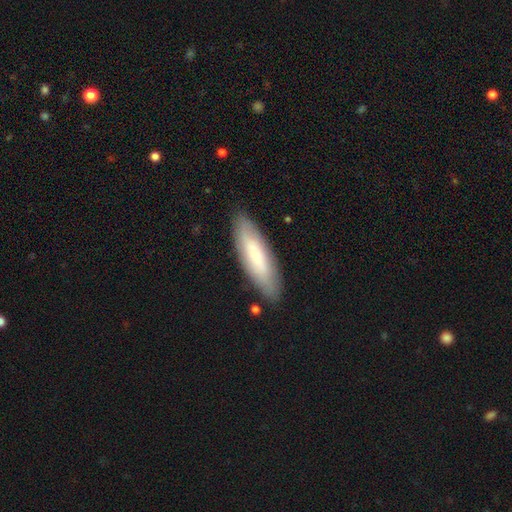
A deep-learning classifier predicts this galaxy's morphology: smooth-or-featured: smooth: 65% | featured or disk: 28% | star or artifact: 6%
  how-rounded: cigar-shaped: 56% | in between: 42% | round: 1%
  merging: none: 83% | minor disturbance: 12% | major disturbance: 3% | merger: 2%